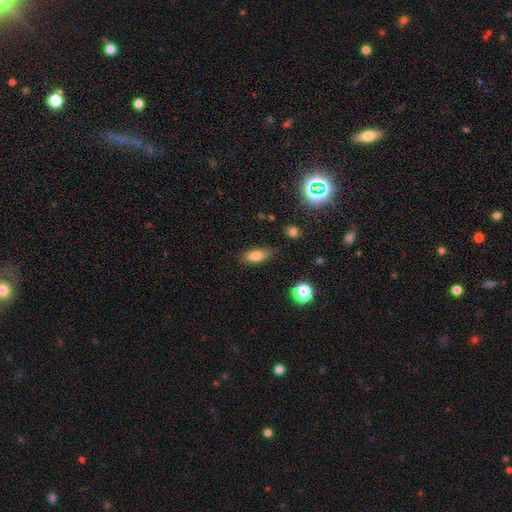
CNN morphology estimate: type=smooth (78%); roundness=in between (75%); merging=none (79%).